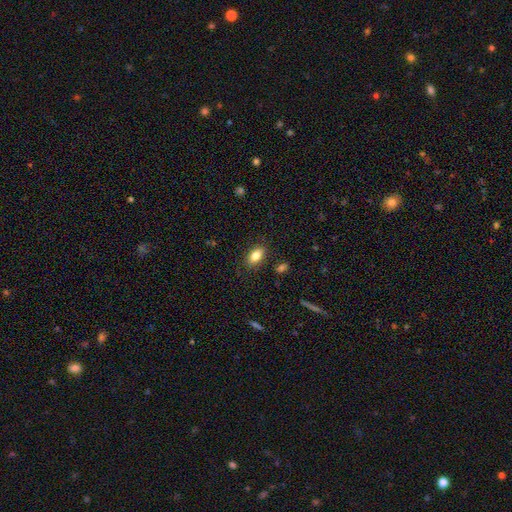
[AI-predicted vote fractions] smooth 82%, featured or disk 10%, star or artifact 8%. Down the decision tree: how rounded — in between (89%); merging — none (86%).